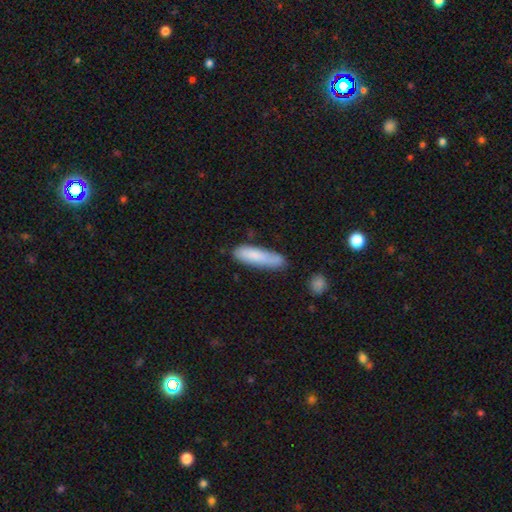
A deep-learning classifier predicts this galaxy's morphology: Smooth or featured?
  - smooth: 82% *
  - featured or disk: 12%
  - star or artifact: 6%
How rounded?
  - cigar-shaped: 74% *
  - in between: 24%
  - round: 1%
Merging?
  - none: 67% *
  - minor disturbance: 23%
  - major disturbance: 5%
  - merger: 5%